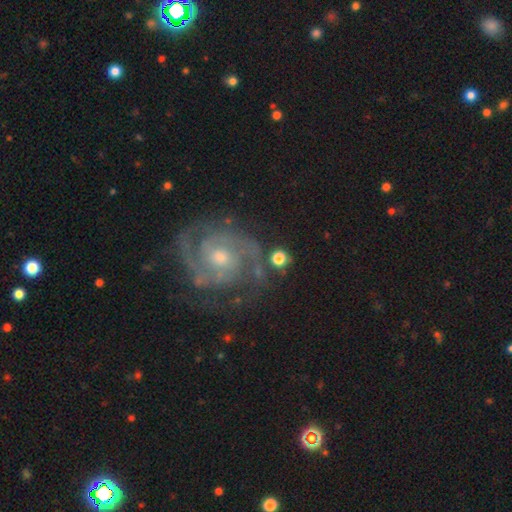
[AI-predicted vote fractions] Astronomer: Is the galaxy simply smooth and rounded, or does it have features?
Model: featured or disk — 83%.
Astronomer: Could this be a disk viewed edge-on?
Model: no — 97%.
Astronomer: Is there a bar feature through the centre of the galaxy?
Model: no — 64%.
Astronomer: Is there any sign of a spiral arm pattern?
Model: yes — 98%.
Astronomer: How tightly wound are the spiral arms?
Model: tight — 71%.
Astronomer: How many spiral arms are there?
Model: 2 — 34% (runner-up: 3, 23%).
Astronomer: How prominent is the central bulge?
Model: small — 60% (runner-up: moderate, 36%).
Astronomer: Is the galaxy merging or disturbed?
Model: none — 78%.